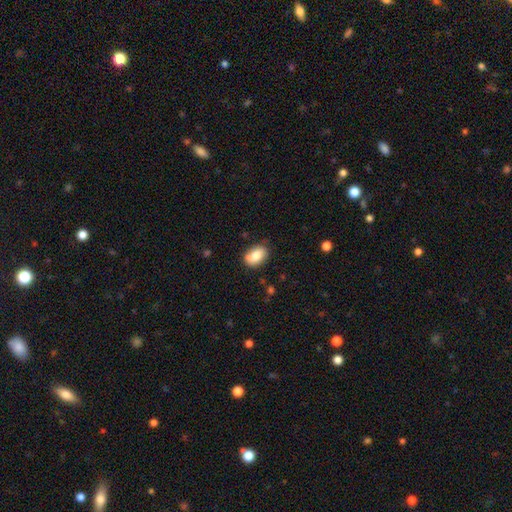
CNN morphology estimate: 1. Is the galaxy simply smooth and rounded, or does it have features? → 80% smooth, 13% featured or disk, 8% star or artifact.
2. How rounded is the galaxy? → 83% in between, 16% round, 1% cigar-shaped.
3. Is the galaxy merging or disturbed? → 73% none, 19% minor disturbance, 4% merger, 4% major disturbance.